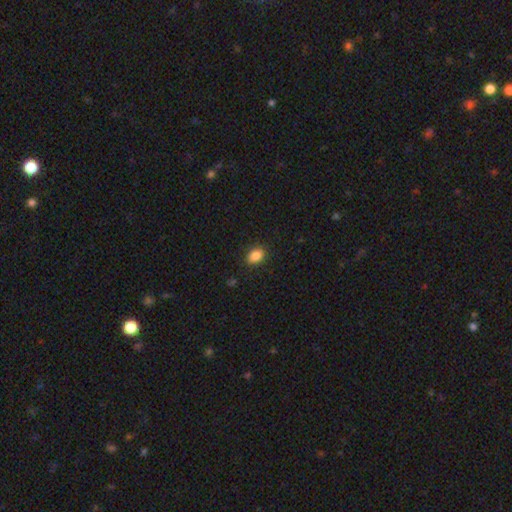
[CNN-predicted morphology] Q: Smooth or featured?
A: smooth (88%); runner-up: star or artifact (9%)
Q: How rounded?
A: in between (77%); runner-up: round (22%)
Q: Merging?
A: none (88%); runner-up: minor disturbance (9%)